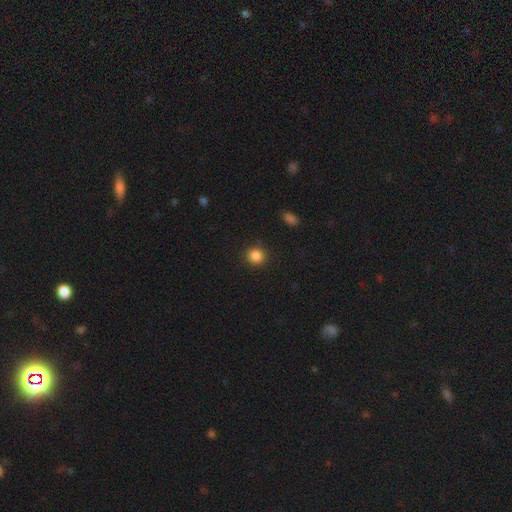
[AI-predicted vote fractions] A smooth galaxy with no disk features (86%) that is round (88%).

Vote fractions:
- Smooth or featured? smooth: 86% / star or artifact: 11% / featured or disk: 3%
- How rounded? round: 88% / in between: 11% / cigar-shaped: 1%
- Merging? none: 88% / minor disturbance: 8% / major disturbance: 3% / merger: 2%